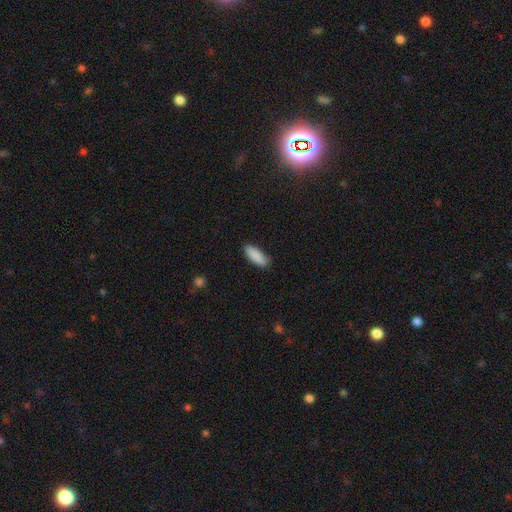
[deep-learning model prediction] Morphology: type=smooth (89%); roundness=in between (67%); merging=none (84%).